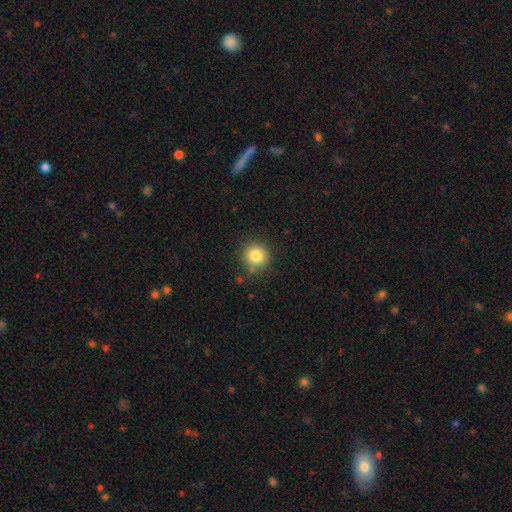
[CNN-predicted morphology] Smooth or featured?
  - smooth: 83% *
  - star or artifact: 11%
  - featured or disk: 7%
How rounded?
  - round: 93% *
  - in between: 6%
  - cigar-shaped: 1%
Merging?
  - none: 85% *
  - minor disturbance: 10%
  - major disturbance: 3%
  - merger: 2%